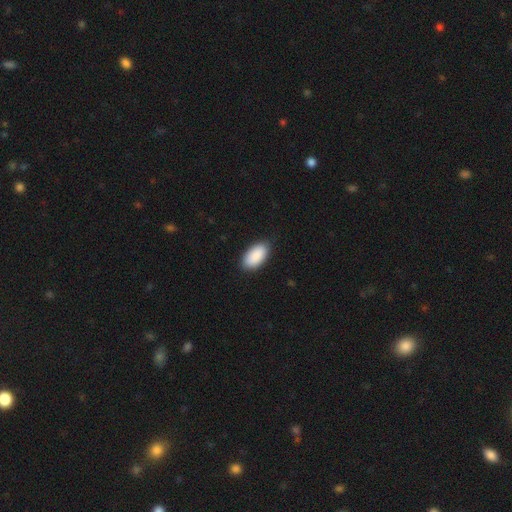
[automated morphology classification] Smooth or featured? smooth (91%)
How rounded? in between (96%)
Merging? none (87%)